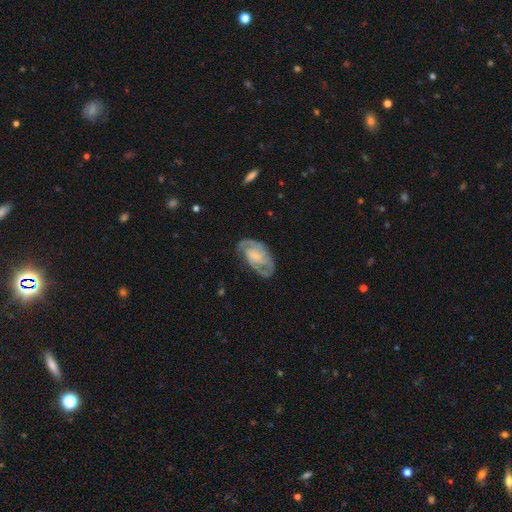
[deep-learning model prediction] Overall: featured or disk (82%). Edge-on disk: no (97%). Bar: no (53%; weak 38%). Spiral arms: yes (94%). Spiral arm count: 2 (72%). Spiral winding: tight (45%; medium 43%). Bulge size: small (41%; none 30%). Merging: none (70%).